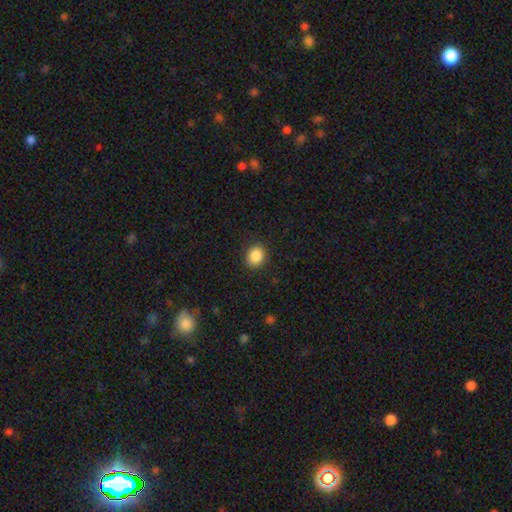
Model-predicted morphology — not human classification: Smooth or featured: smooth — 87% (star or artifact — 9%)
How rounded: round — 68% (in between — 32%)
Merging: none — 89% (minor disturbance — 8%)